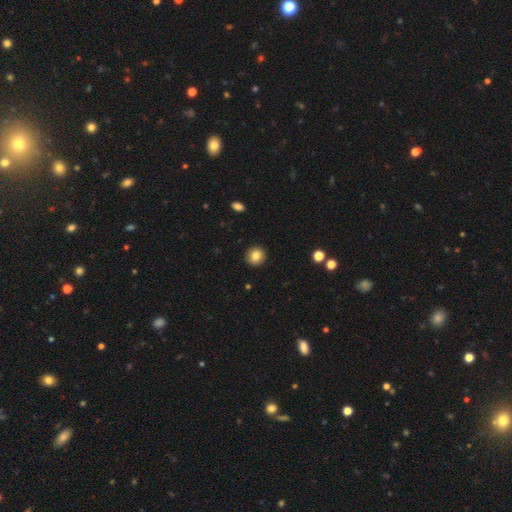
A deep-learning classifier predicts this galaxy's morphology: A smooth galaxy with no disk features (83%) that is round (91%).

Vote fractions:
- Smooth or featured? smooth: 83% / star or artifact: 9% / featured or disk: 7%
- How rounded? round: 91% / in between: 8% / cigar-shaped: 1%
- Merging? none: 93% / minor disturbance: 5% / major disturbance: 2% / merger: 1%